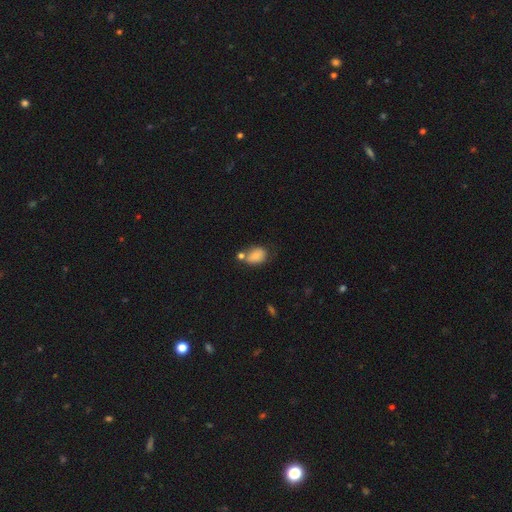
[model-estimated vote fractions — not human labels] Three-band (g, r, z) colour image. It shows a smooth galaxy with no disk features (77%) that is in between round and cigar-shaped (77%). Merging: none (45%).